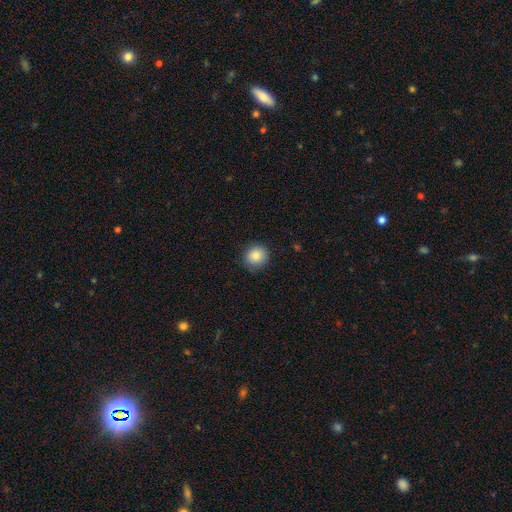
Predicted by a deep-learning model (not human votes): A smooth galaxy with no disk features (86%) that is round (89%). Merging: none (87%).